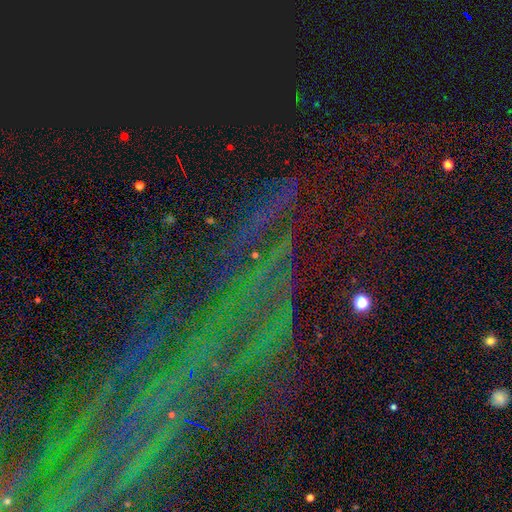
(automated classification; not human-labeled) Smooth or featured? star or artifact (81%)